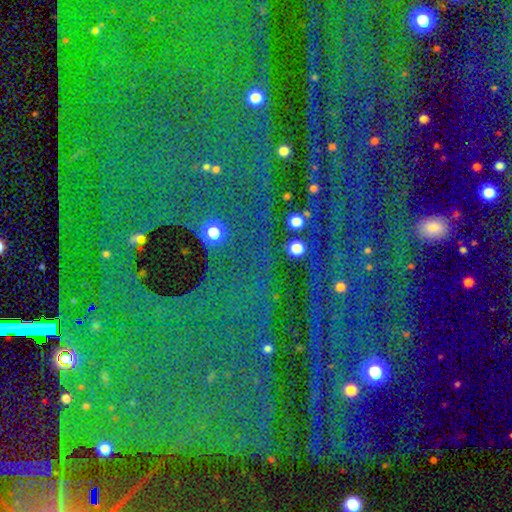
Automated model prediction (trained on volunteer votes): Smooth or featured? Predicted: star or artifact (p=0.86).